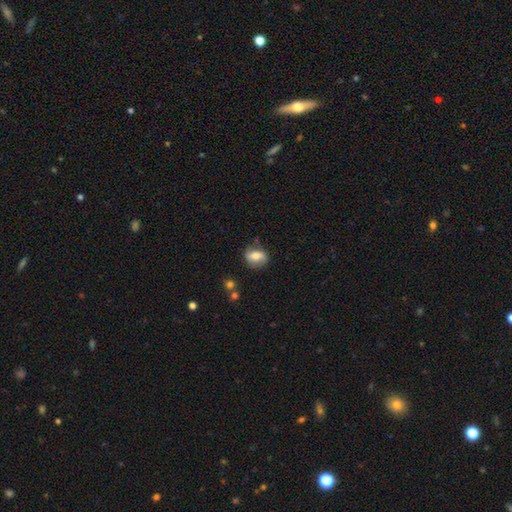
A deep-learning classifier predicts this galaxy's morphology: Overall: smooth (55%; featured or disk 37%). How rounded: in between (52%; round 45%). Merging: none (74%).